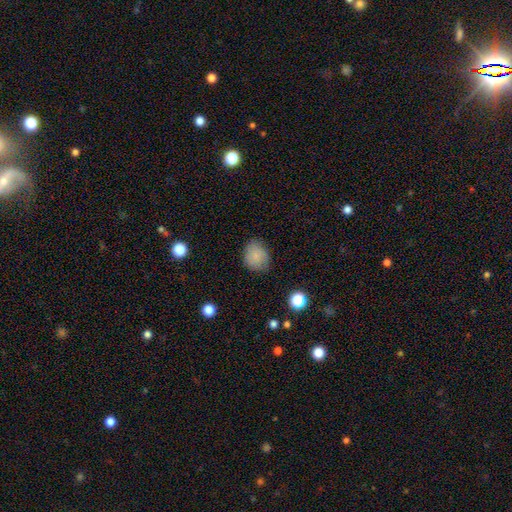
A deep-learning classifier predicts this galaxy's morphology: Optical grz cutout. It shows a smooth galaxy with no disk features (81%) that is round (60%). Merging: none (75%).